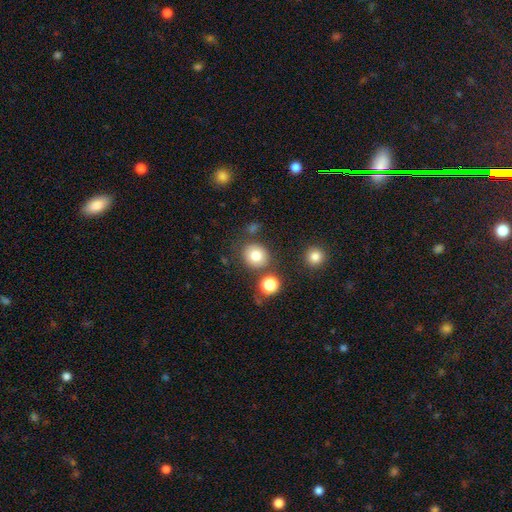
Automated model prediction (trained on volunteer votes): Morphology: type=smooth (79%); roundness=round (83%); merging=none (79%).